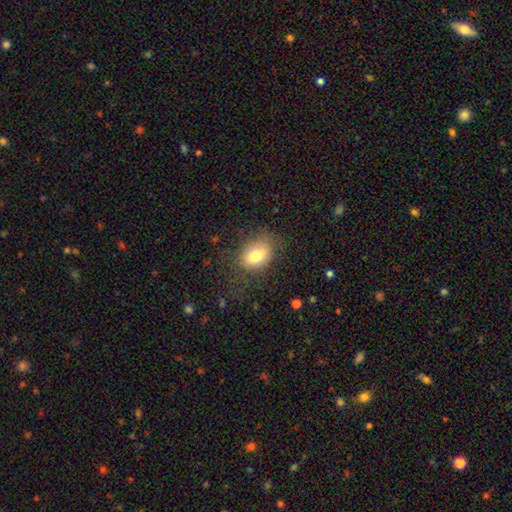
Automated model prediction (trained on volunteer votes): smooth-or-featured: smooth: 78% | featured or disk: 12% | star or artifact: 9%
  how-rounded: in between: 76% | round: 22% | cigar-shaped: 1%
  merging: none: 69% | minor disturbance: 19% | major disturbance: 11% | merger: 1%